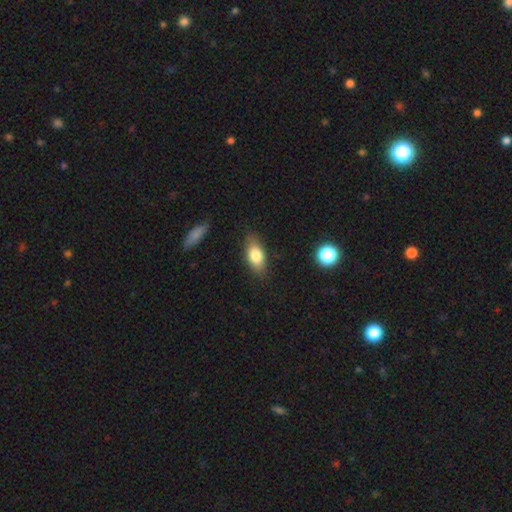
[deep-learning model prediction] smooth 78%, featured or disk 14%, star or artifact 8%. Down the decision tree: how rounded — in between (86%); merging — none (82%).